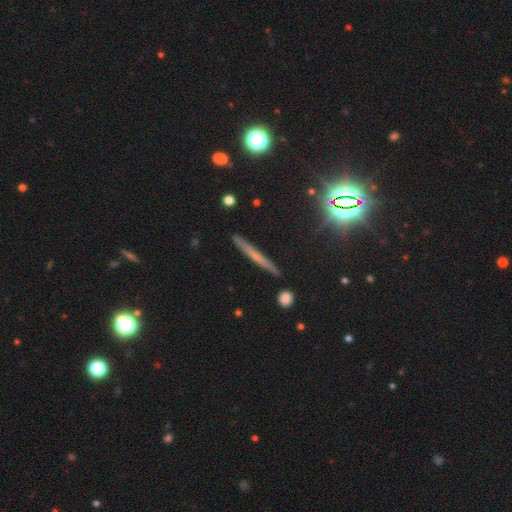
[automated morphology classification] This is marginally a featured or disk galaxy (44%). Merging: clearly none (89%).